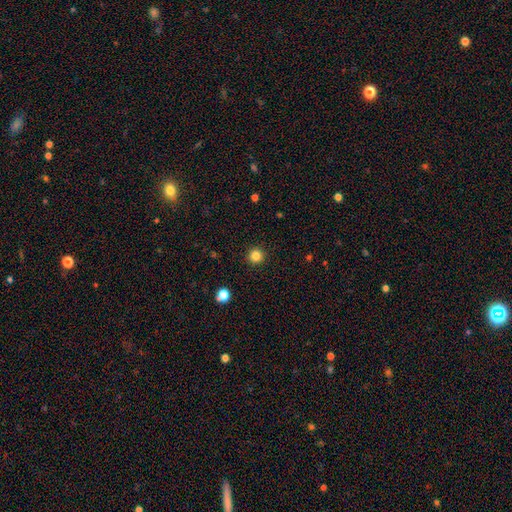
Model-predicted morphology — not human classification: smooth_or_featured: smooth (p=0.83) [alt: star or artifact p=0.12]
how_rounded: round (p=0.96) [alt: in between p=0.03]
merging: none (p=0.93) [alt: minor disturbance p=0.04]